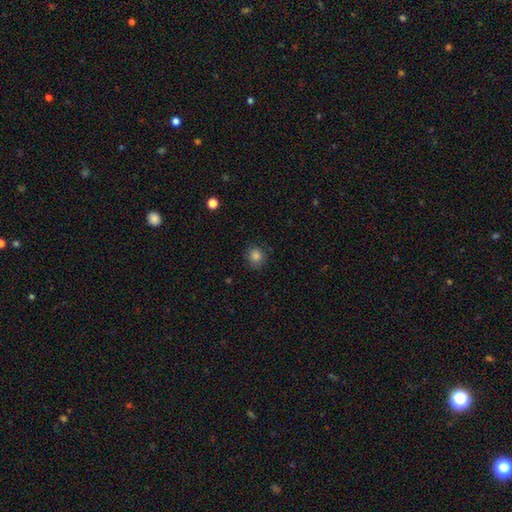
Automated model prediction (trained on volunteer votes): Smooth or featured?
  - smooth: 85% *
  - star or artifact: 11%
  - featured or disk: 4%
How rounded?
  - round: 84% *
  - in between: 15%
  - cigar-shaped: 1%
Merging?
  - none: 85% *
  - minor disturbance: 11%
  - major disturbance: 3%
  - merger: 1%